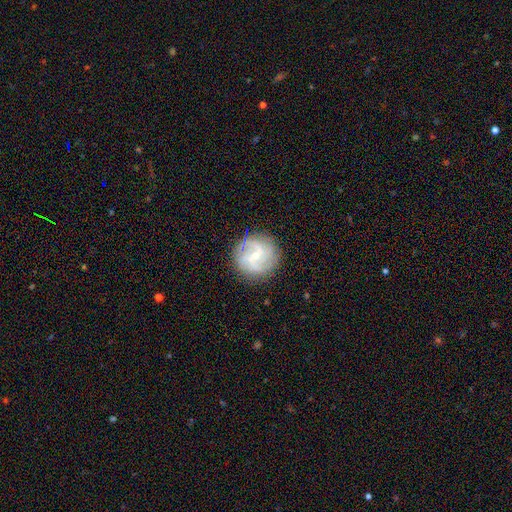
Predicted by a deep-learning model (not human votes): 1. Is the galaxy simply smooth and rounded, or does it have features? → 78% featured or disk, 15% smooth, 7% star or artifact.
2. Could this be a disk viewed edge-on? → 97% no, 3% yes.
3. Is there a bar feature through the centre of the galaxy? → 44% no (tied), 44% weak (tied), 12% strong.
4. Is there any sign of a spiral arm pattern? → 92% yes, 8% no.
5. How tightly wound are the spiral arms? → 43% medium, 39% tight, 19% loose.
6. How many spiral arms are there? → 35% 2, 23% can't tell, 23% 3, 8% 4, 5% 1, 5% more than 4.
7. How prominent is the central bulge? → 67% small, 30% moderate, 1% none, 1% large, 1% dominant.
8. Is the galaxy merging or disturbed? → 83% none, 11% minor disturbance, 4% major disturbance, 1% merger.